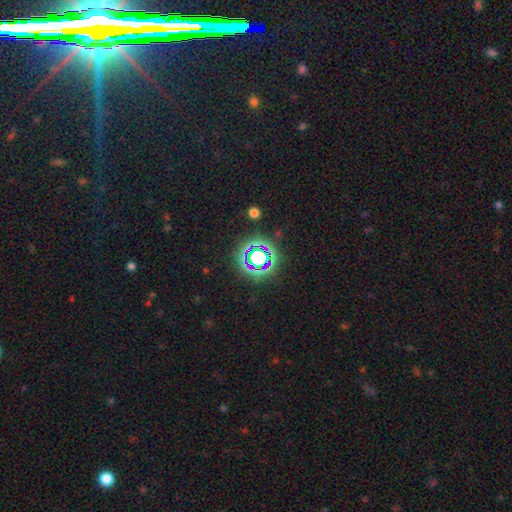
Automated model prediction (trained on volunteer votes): Smooth or featured? star or artifact (78%)